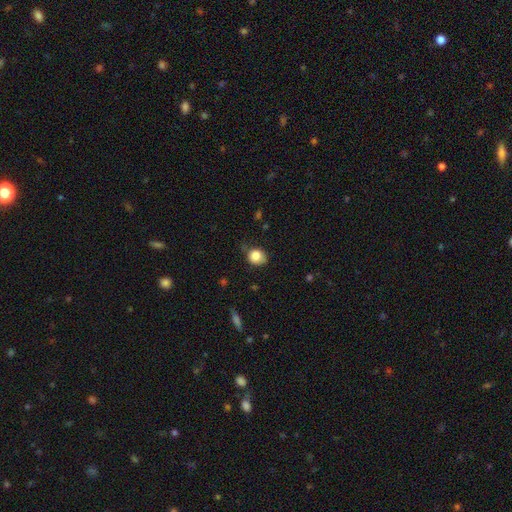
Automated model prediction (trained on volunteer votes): smooth 83%, star or artifact 10%, featured or disk 8%. Down the decision tree: how rounded — round (67%); merging — none (61%).